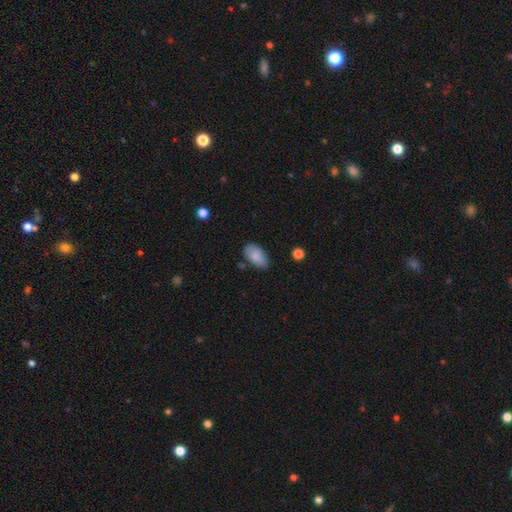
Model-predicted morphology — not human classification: smooth-or-featured: smooth: 84% | featured or disk: 10% | star or artifact: 7%
  how-rounded: in between: 94% | round: 4% | cigar-shaped: 2%
  merging: none: 75% | minor disturbance: 18% | major disturbance: 4% | merger: 4%